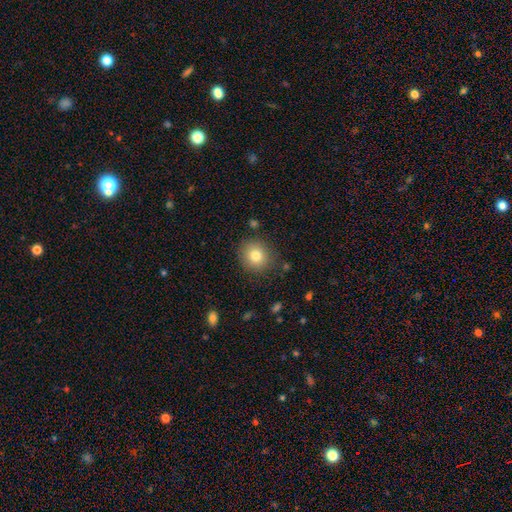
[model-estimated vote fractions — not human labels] This is clearly a smooth galaxy (80%). How rounded: clearly round (88%). Merging: clearly none (85%).